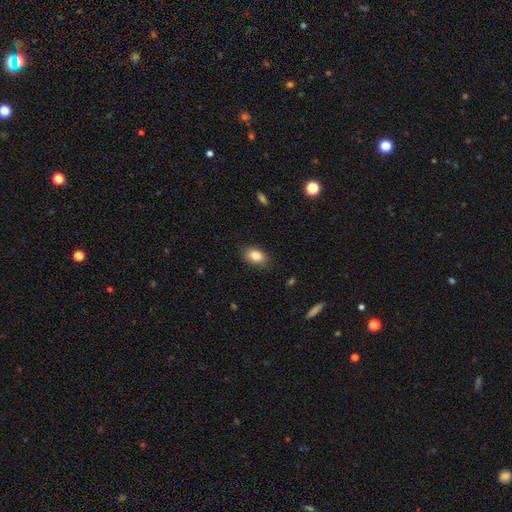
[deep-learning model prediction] A smooth galaxy with no disk features (84%) that is in between round and cigar-shaped (83%). Merging: none (85%).